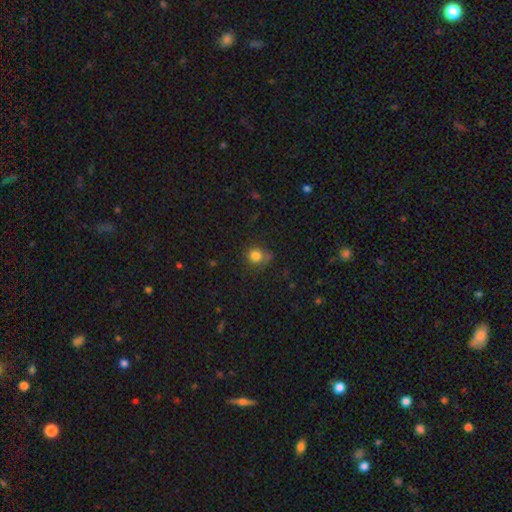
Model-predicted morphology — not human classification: Smooth or featured: smooth — 81% (star or artifact — 12%)
How rounded: round — 83% (in between — 17%)
Merging: none — 64% (minor disturbance — 23%)